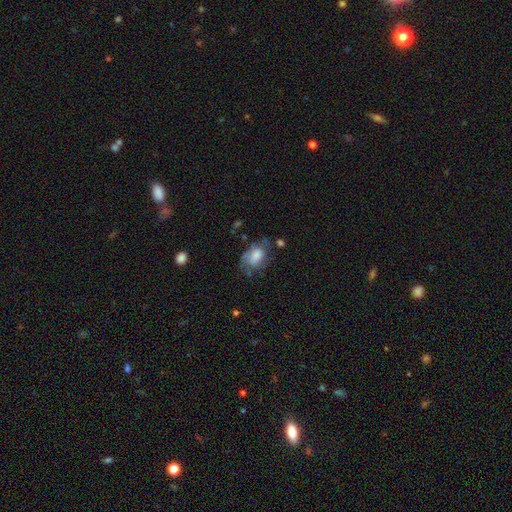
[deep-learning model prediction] A smooth galaxy with no disk features (64%) that is in between round and cigar-shaped (82%). Merging: none (43%).